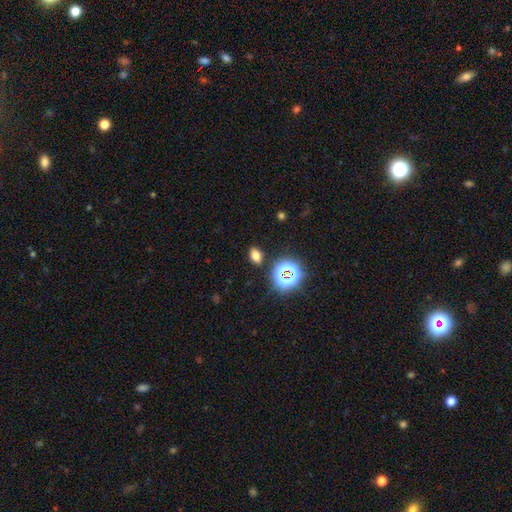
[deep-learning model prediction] A smooth galaxy with no disk features (67%) that is in between round and cigar-shaped (77%).

Vote fractions:
- Smooth or featured? smooth: 67% / star or artifact: 24% / featured or disk: 9%
- How rounded? in between: 77% / round: 20% / cigar-shaped: 3%
- Merging? none: 87% / minor disturbance: 8% / major disturbance: 3% / merger: 3%